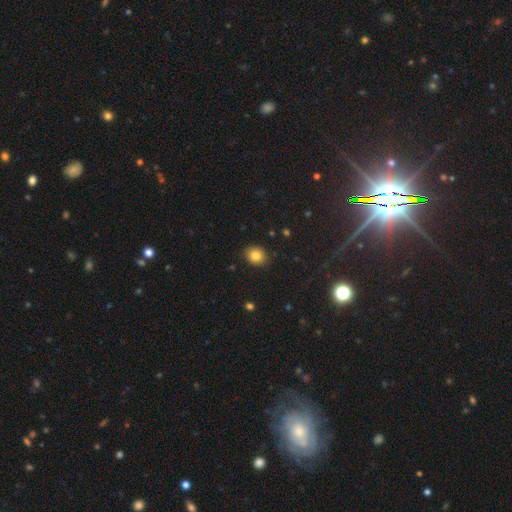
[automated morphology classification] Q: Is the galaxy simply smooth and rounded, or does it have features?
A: smooth — 83%.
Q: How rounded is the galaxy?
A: round — 57%.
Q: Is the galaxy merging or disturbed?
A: none — 89%.